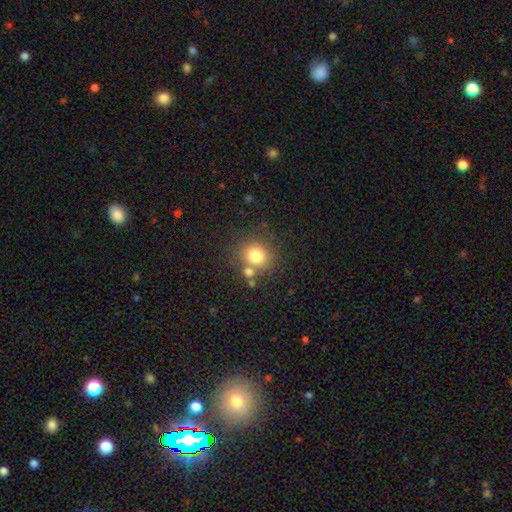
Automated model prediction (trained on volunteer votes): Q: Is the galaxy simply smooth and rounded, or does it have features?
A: smooth — 77%.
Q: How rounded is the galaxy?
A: round — 82%.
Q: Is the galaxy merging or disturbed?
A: none — 67%.